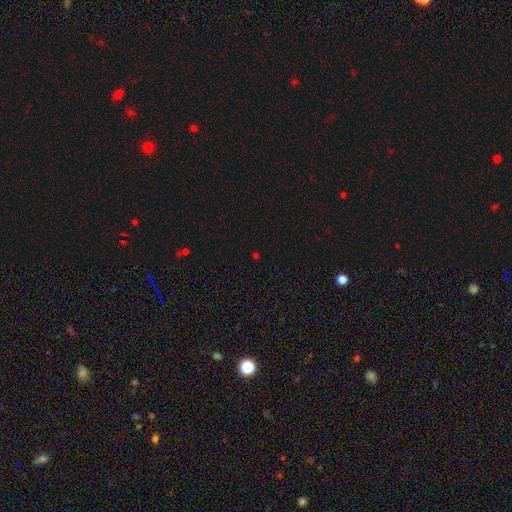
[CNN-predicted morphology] This appears to be a star or artifact, not a galaxy (60%).